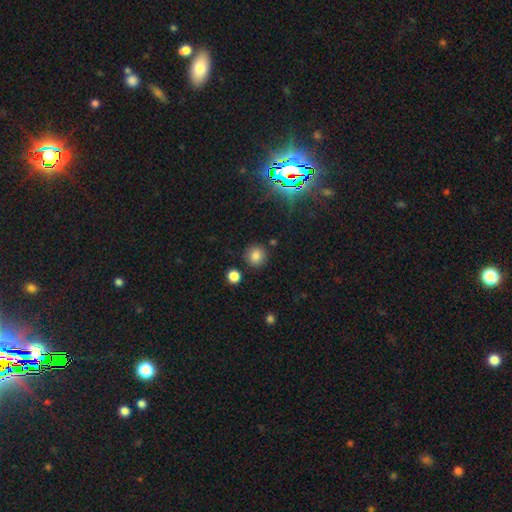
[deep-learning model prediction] smooth-or-featured: smooth: 81% | star or artifact: 14% | featured or disk: 6%
  how-rounded: round: 91% | in between: 8% | cigar-shaped: 1%
  merging: none: 87% | minor disturbance: 7% | merger: 4% | major disturbance: 3%